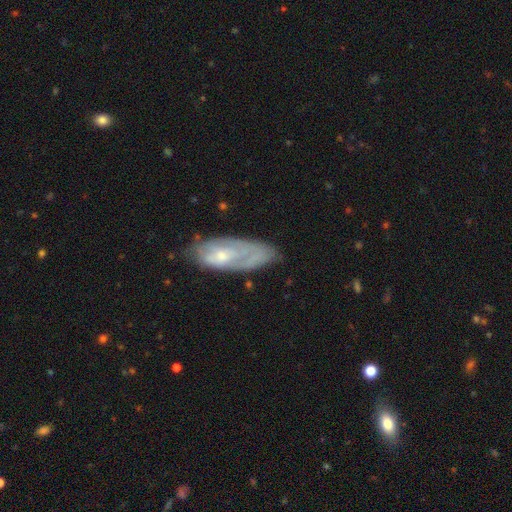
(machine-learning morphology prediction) smooth_or_featured: featured or disk (p=0.49) [alt: smooth p=0.43]
merging: none (p=0.50) [alt: minor disturbance p=0.29]